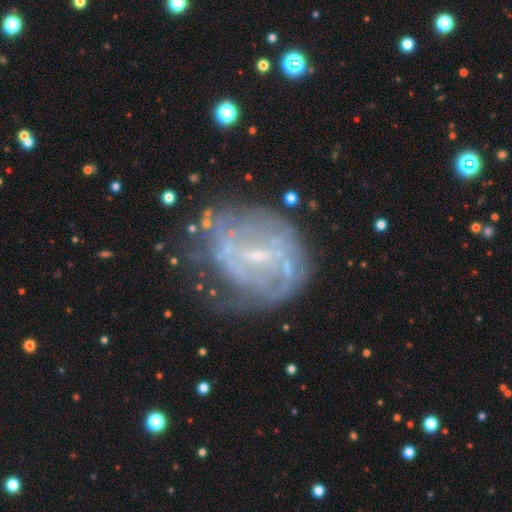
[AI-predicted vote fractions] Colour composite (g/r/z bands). It shows a featured or disk galaxy (72%) with a weak bar (54%), spiral arms (62%) and a small central bulge (67%). Merging: none (54%).